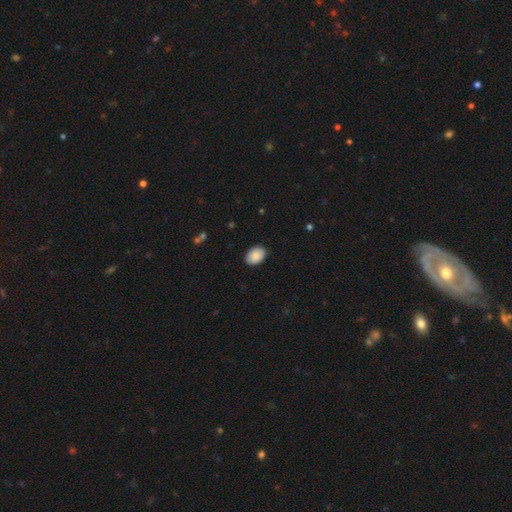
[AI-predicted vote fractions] smooth-or-featured: smooth: 88% | star or artifact: 7% | featured or disk: 5%
  how-rounded: in between: 76% | round: 23% | cigar-shaped: 1%
  merging: none: 89% | minor disturbance: 8% | major disturbance: 2% | merger: 1%